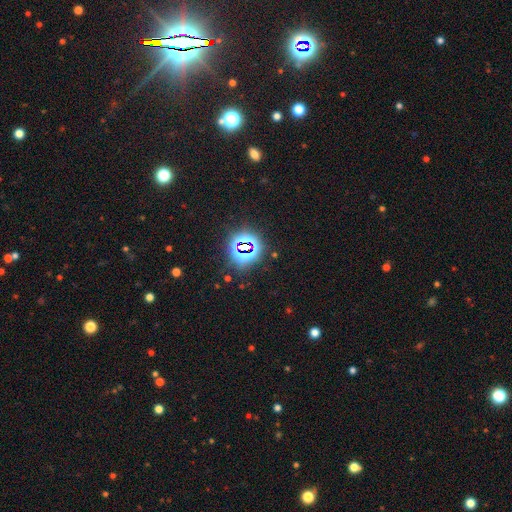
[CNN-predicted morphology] Smooth or featured: star or artifact — 81% (smooth — 11%)